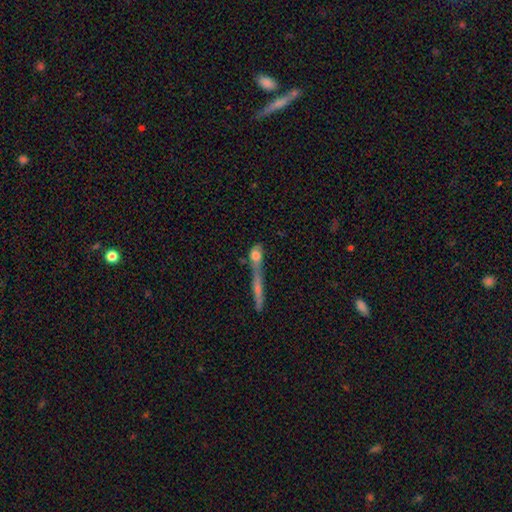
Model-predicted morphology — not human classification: smooth 63%, featured or disk 26%, star or artifact 11%. Down the decision tree: how rounded — in between (39%); merging — merger (43%).